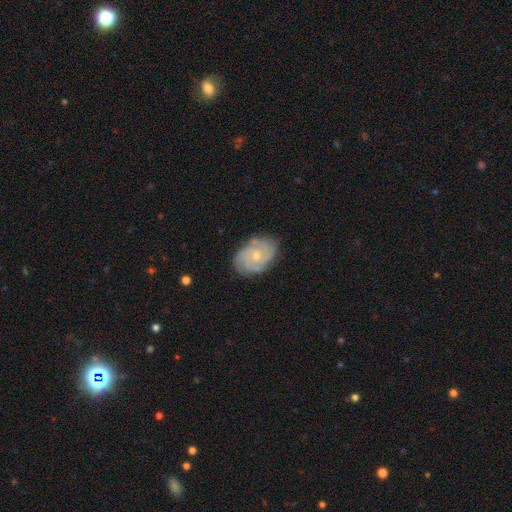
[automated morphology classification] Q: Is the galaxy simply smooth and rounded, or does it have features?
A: featured or disk — 78%.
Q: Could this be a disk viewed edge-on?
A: no — 97%.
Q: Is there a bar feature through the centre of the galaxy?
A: no — 79%.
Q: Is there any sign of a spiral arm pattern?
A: yes — 95%.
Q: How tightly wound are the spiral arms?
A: tight — 65%.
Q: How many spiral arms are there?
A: can't tell — 26%.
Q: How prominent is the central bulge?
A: small — 65%.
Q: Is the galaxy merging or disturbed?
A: none — 80%.